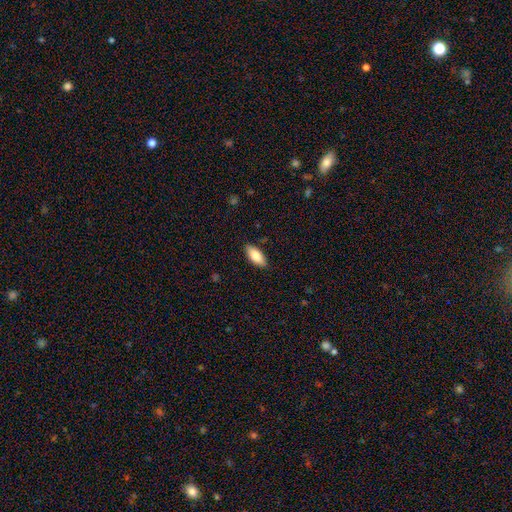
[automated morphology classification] Smooth or featured? smooth (84%)
How rounded? in between (86%)
Merging? none (87%)